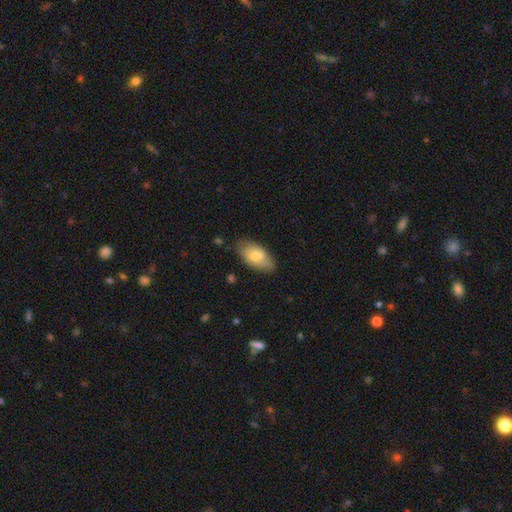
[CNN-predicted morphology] Q: Smooth or featured?
A: smooth (75%); runner-up: featured or disk (19%)
Q: How rounded?
A: in between (94%); runner-up: round (3%)
Q: Merging?
A: none (76%); runner-up: minor disturbance (19%)